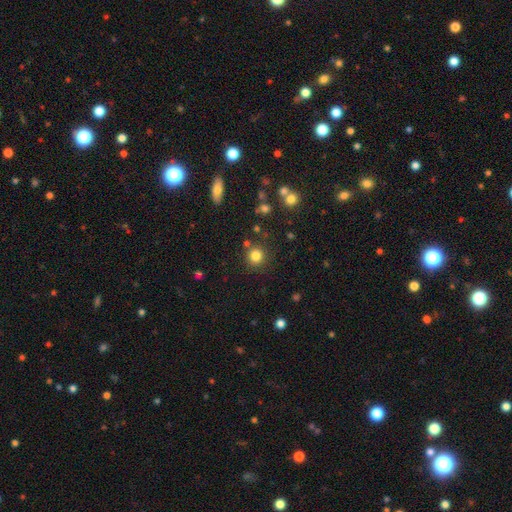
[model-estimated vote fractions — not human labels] smooth 82%, star or artifact 13%, featured or disk 5%. Down the decision tree: how rounded — round (92%); merging — none (85%).